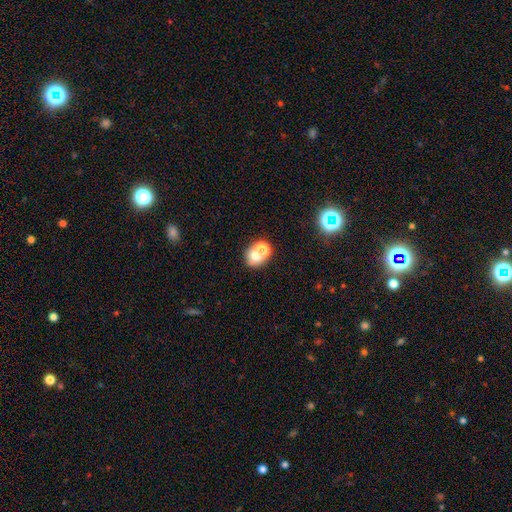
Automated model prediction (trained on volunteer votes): This is likely a smooth galaxy (65%). How rounded: likely round (65%). Merging: possibly merger (51%).